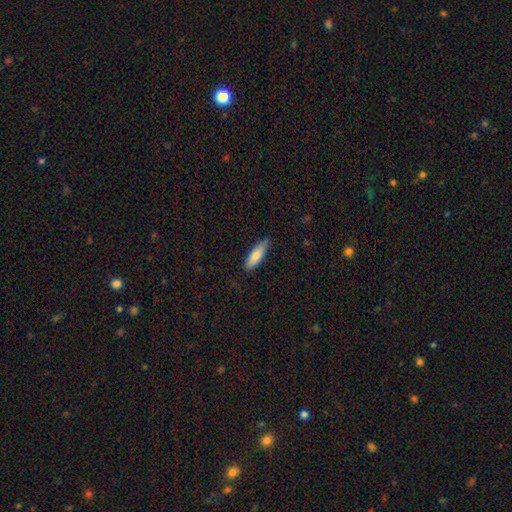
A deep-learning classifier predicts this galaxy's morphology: Overall: smooth (82%). How rounded: in between (52%; cigar-shaped 47%). Merging: none (76%).